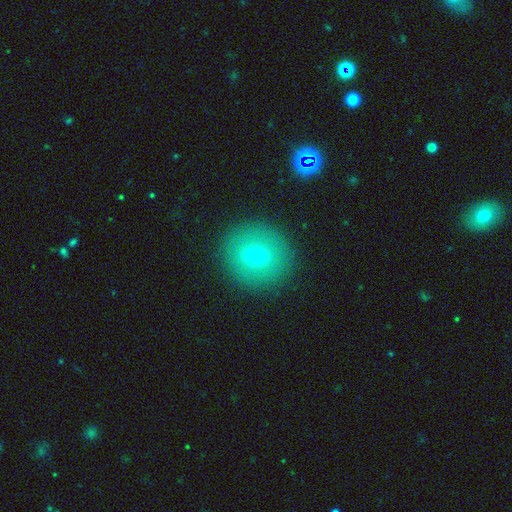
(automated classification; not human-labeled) Smooth or featured? Predicted: smooth (p=0.48). Merging? Predicted: none (p=0.88).